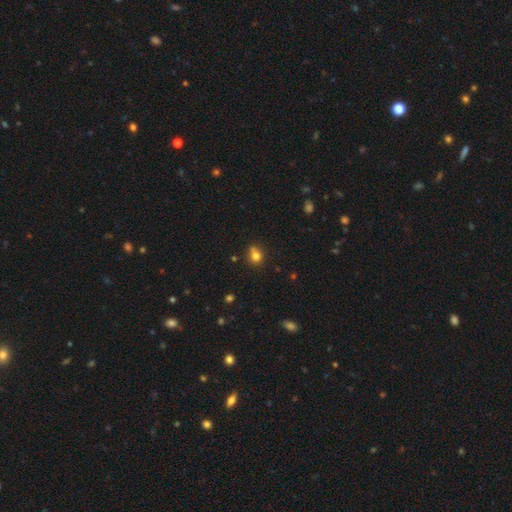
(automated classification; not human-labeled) This is likely a smooth galaxy (76%). How rounded: likely round (69%). Merging: possibly none (52%).